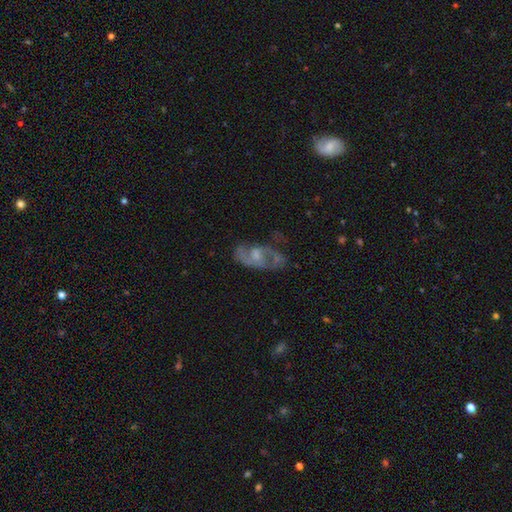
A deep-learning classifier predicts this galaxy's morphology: This appears to be a featured or disk galaxy (75%) with no bar (53%), 2 (73%) medium (50%) spiral arms (82%) and a moderate central bulge (41%). Merging: none (57%).